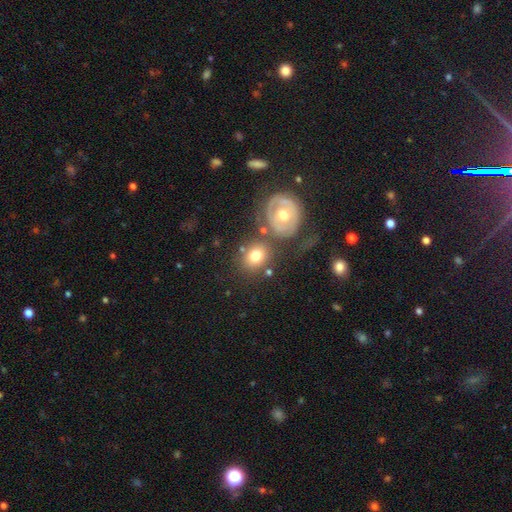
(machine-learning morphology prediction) Q: Smooth or featured?
A: smooth (67%); runner-up: featured or disk (25%)
Q: How rounded?
A: round (59%); runner-up: in between (40%)
Q: Merging?
A: none (59%); runner-up: merger (20%)